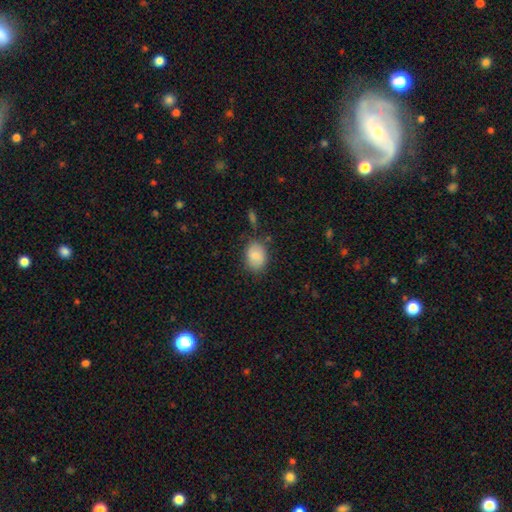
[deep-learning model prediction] Smooth or featured?
  - smooth: 85% *
  - featured or disk: 8%
  - star or artifact: 7%
How rounded?
  - in between: 71% *
  - round: 28%
  - cigar-shaped: 1%
Merging?
  - none: 75% *
  - minor disturbance: 17%
  - major disturbance: 5%
  - merger: 4%